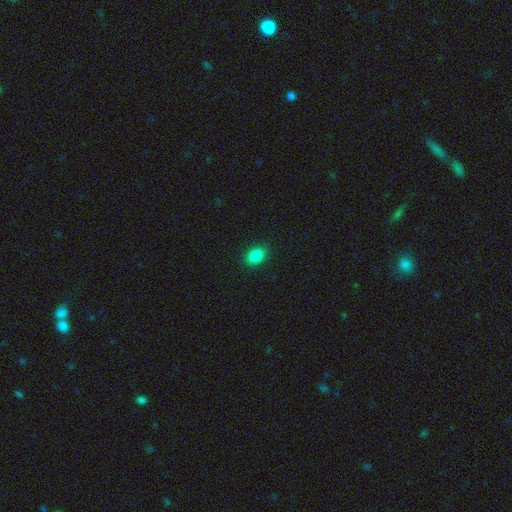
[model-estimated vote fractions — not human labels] This is clearly a smooth galaxy (85%). How rounded: likely in between (77%). Merging: clearly none (90%).